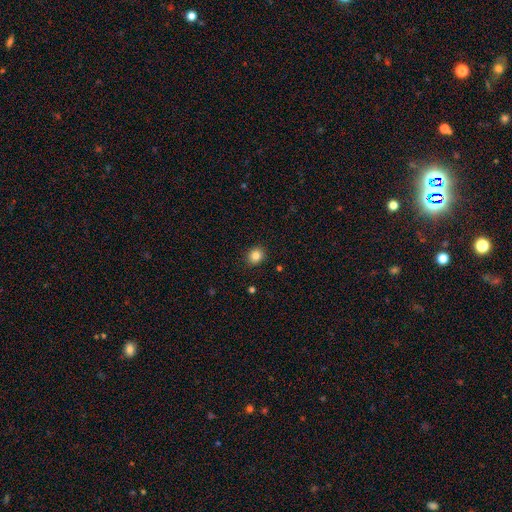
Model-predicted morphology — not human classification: Smooth or featured? smooth (84%)
How rounded? round (73%)
Merging? none (90%)